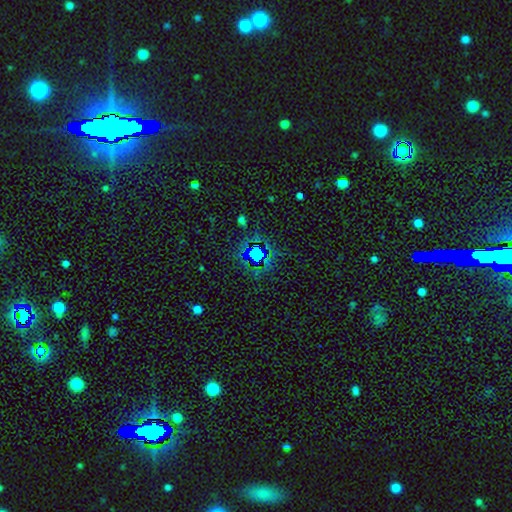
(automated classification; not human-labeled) Smooth or featured?
  - star or artifact: 71% *
  - smooth: 19%
  - featured or disk: 10%